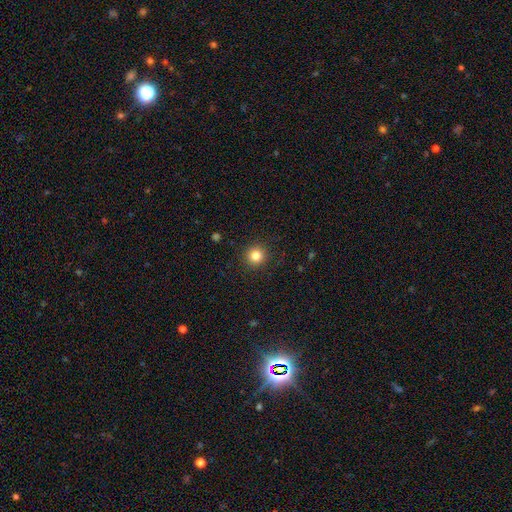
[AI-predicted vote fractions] Smooth or featured? Predicted: smooth (p=0.82). How rounded? Predicted: round (p=0.94). Merging? Predicted: none (p=0.91).